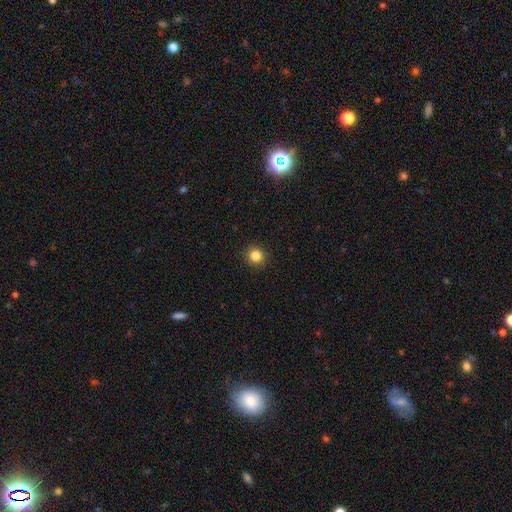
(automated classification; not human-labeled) smooth-or-featured: smooth: 84% | star or artifact: 11% | featured or disk: 5%
  how-rounded: round: 93% | in between: 6% | cigar-shaped: 1%
  merging: none: 92% | minor disturbance: 5% | major disturbance: 2% | merger: 1%